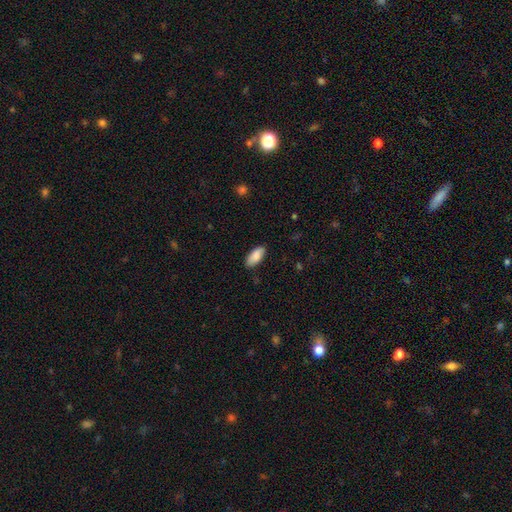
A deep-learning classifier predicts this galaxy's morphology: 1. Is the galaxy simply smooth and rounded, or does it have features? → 86% smooth, 8% featured or disk, 6% star or artifact.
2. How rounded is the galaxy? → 88% in between, 10% cigar-shaped, 2% round.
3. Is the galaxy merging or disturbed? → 85% none, 12% minor disturbance, 2% major disturbance, 1% merger.